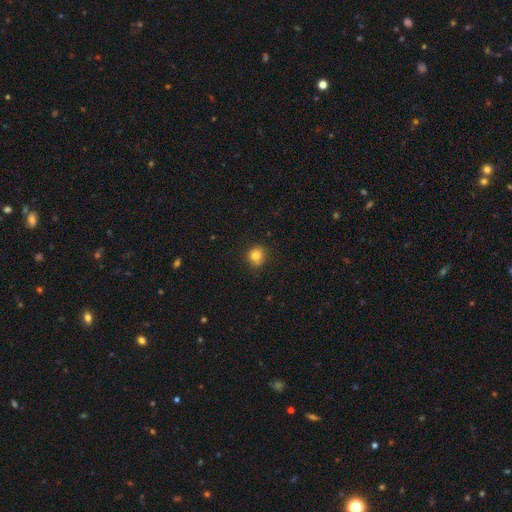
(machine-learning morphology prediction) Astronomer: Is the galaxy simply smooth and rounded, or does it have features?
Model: smooth — 82%.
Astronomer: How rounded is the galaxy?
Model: round — 83%.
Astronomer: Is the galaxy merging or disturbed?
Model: none — 79%.